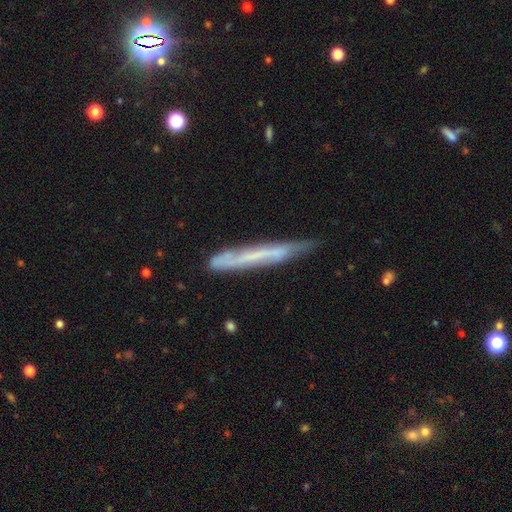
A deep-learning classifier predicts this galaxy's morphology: Smooth or featured? smooth (44%, tied with featured or disk)
Merging? none (79%)